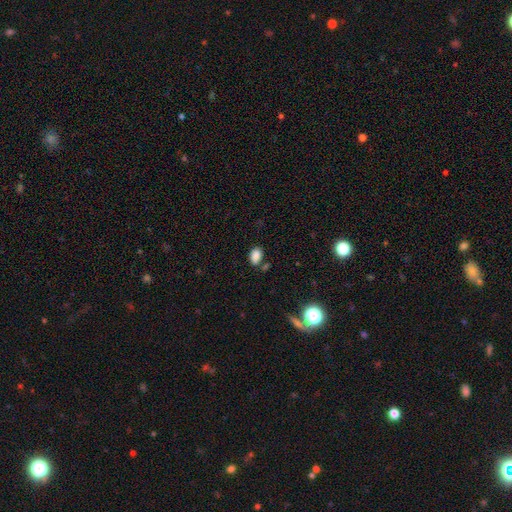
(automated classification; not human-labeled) Smooth or featured? Predicted: smooth (p=0.84). How rounded? Predicted: in between (p=0.85). Merging? Predicted: none (p=0.68).